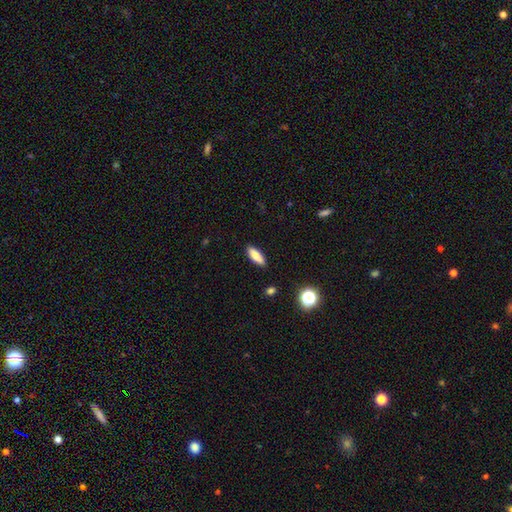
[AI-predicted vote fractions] Overall: smooth (81%). How rounded: in between (62%; cigar-shaped 36%). Merging: none (88%).